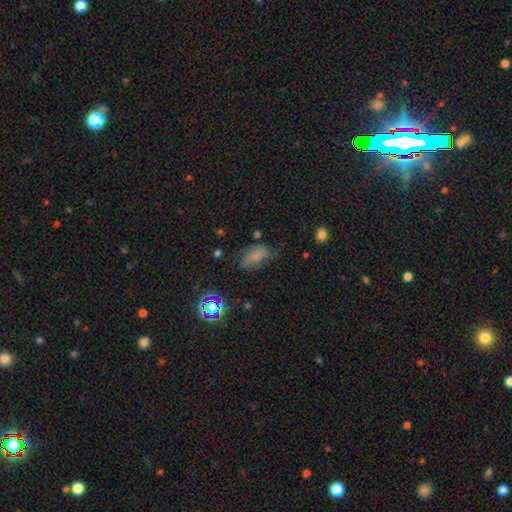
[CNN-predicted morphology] A smooth galaxy with no disk features (70%) that is in between round and cigar-shaped (89%).

Vote fractions:
- Smooth or featured? smooth: 70% / star or artifact: 17% / featured or disk: 13%
- How rounded? in between: 89% / round: 7% / cigar-shaped: 4%
- Merging? none: 51% / minor disturbance: 31% / major disturbance: 15% / merger: 4%